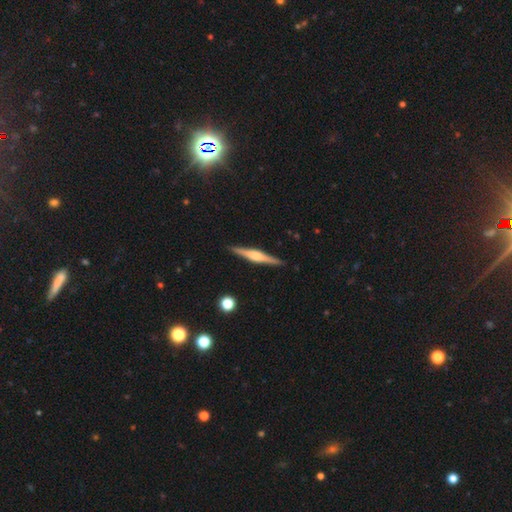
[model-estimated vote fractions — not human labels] Morphology: type=featured or disk (76%); edge-on=yes (98%); edge-on bulge=rounded (73%); merging=none (91%).